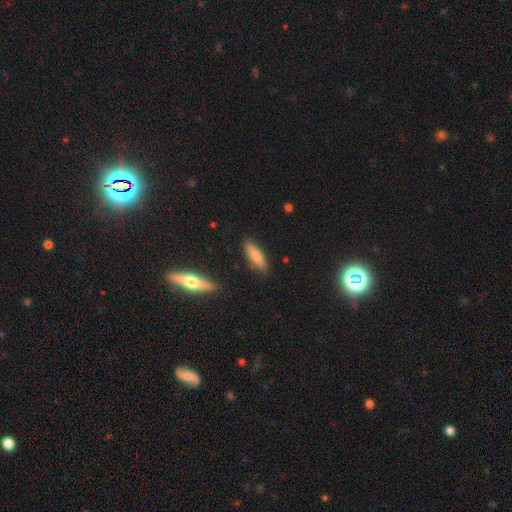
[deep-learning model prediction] This appears to be a smooth galaxy with no disk features (78%) that is in between round and cigar-shaped (51%). Merging: none (83%).